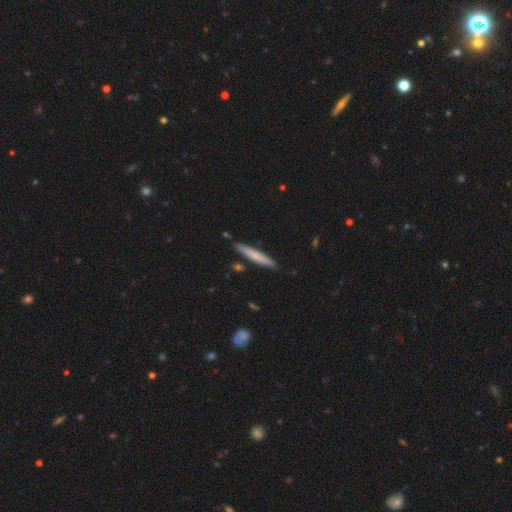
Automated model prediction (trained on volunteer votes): Smooth or featured?
  - smooth: 70% *
  - featured or disk: 24%
  - star or artifact: 5%
How rounded?
  - cigar-shaped: 94% *
  - in between: 4%
  - round: 1%
Merging?
  - none: 86% *
  - minor disturbance: 9%
  - merger: 3%
  - major disturbance: 2%